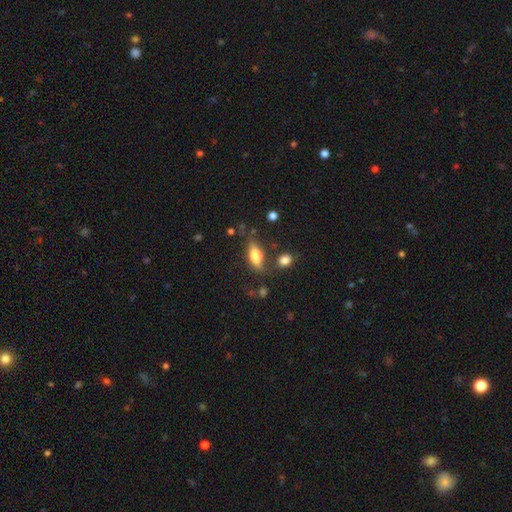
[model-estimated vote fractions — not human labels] Smooth or featured? Predicted: smooth (p=0.56). How rounded? Predicted: in between (p=0.68). Merging? Predicted: none (p=0.69).